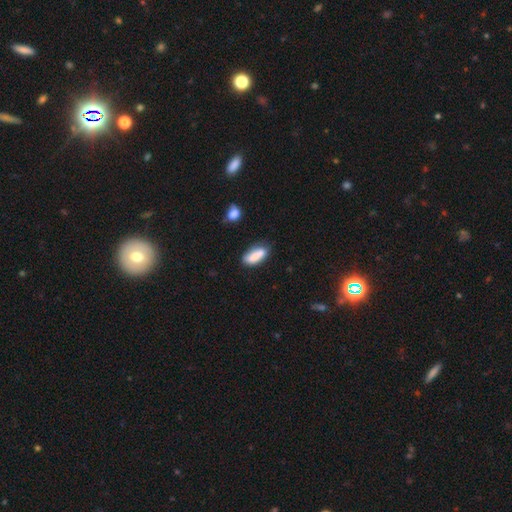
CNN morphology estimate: Smooth or featured? smooth (82%)
How rounded? in between (71%)
Merging? none (63%)